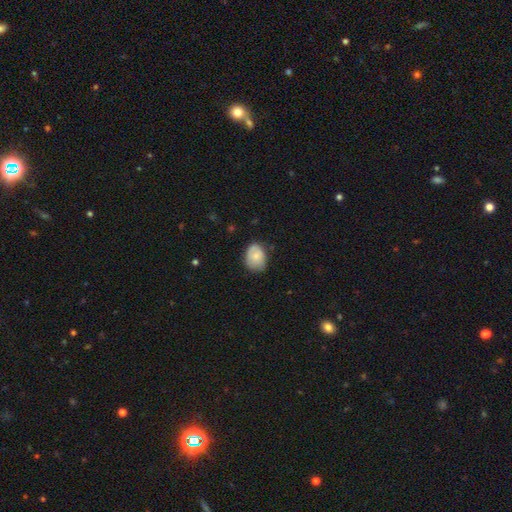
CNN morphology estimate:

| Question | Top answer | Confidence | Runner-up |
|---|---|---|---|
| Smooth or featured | smooth | 73% | featured or disk (20%) |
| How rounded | in between | 61% | round (38%) |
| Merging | none | 64% | minor disturbance (29%) |